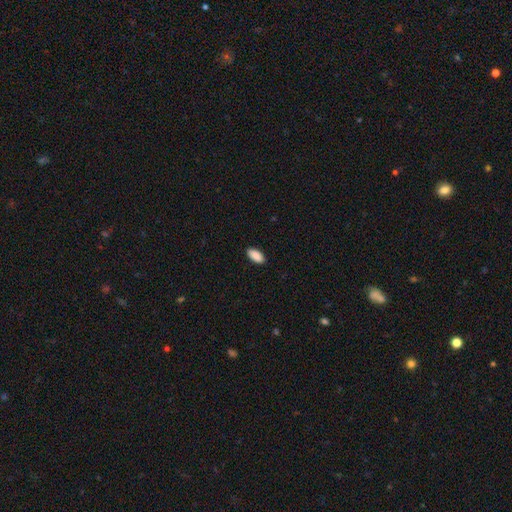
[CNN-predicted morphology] Smooth or featured?
  - smooth: 91% *
  - star or artifact: 6%
  - featured or disk: 3%
How rounded?
  - in between: 92% *
  - cigar-shaped: 5%
  - round: 2%
Merging?
  - none: 89% *
  - minor disturbance: 8%
  - major disturbance: 2%
  - merger: 1%